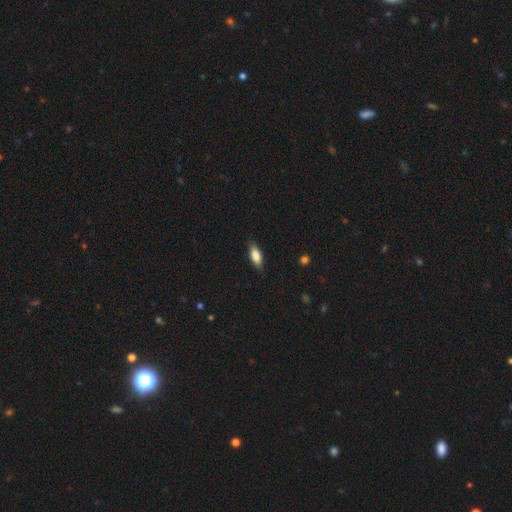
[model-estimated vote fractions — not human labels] A smooth galaxy with no disk features (81%) that is in between round and cigar-shaped (74%).

Vote fractions:
- Smooth or featured? smooth: 81% / featured or disk: 13% / star or artifact: 7%
- How rounded? in between: 74% / cigar-shaped: 23% / round: 2%
- Merging? none: 83% / minor disturbance: 13% / major disturbance: 2% / merger: 1%